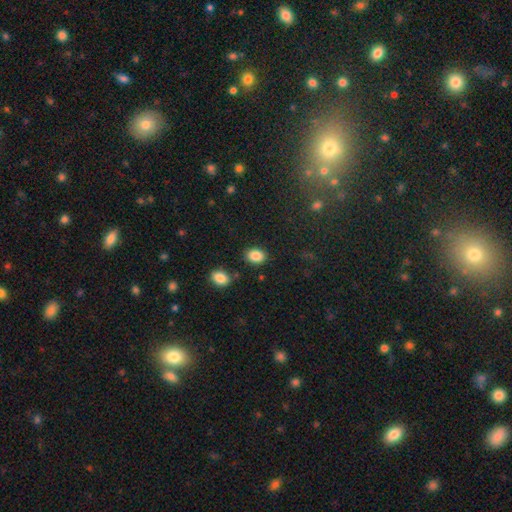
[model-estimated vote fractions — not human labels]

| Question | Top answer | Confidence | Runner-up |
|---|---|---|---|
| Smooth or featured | smooth | 87% | star or artifact (9%) |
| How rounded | in between | 65% | round (34%) |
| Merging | none | 82% | minor disturbance (10%) |